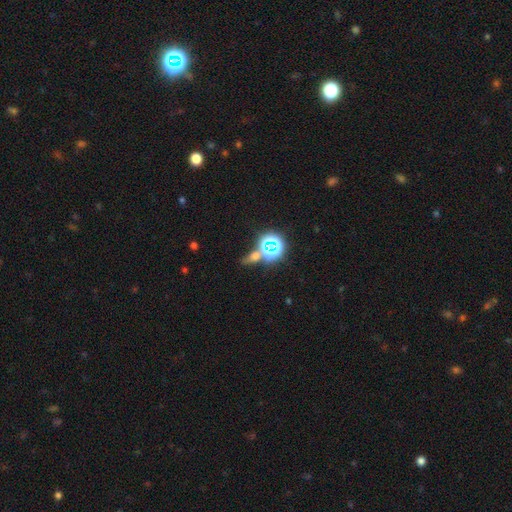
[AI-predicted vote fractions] This is possibly a star or artifact rather than a galaxy (48%).